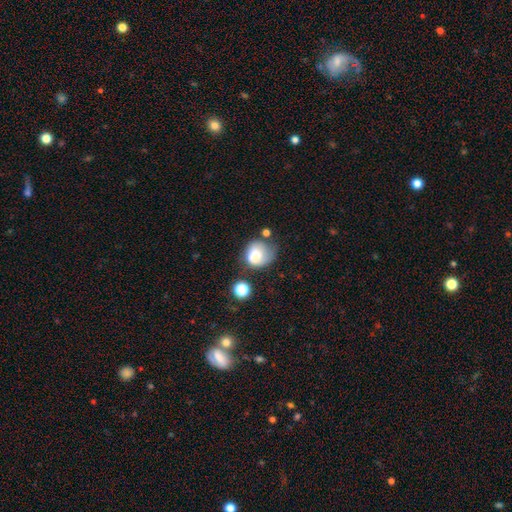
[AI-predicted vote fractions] The model was most divided on "merging": none: 40%, minor disturbance: 30%, major disturbance: 20%, merger: 10%. More confident: smooth or featured — smooth (74%); how rounded — round (70%).